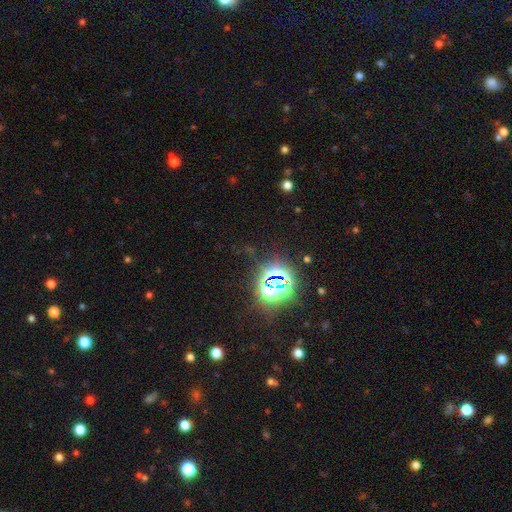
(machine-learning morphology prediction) The model was most divided on "smooth or featured": star or artifact: 80%, smooth: 13%, featured or disk: 8%.